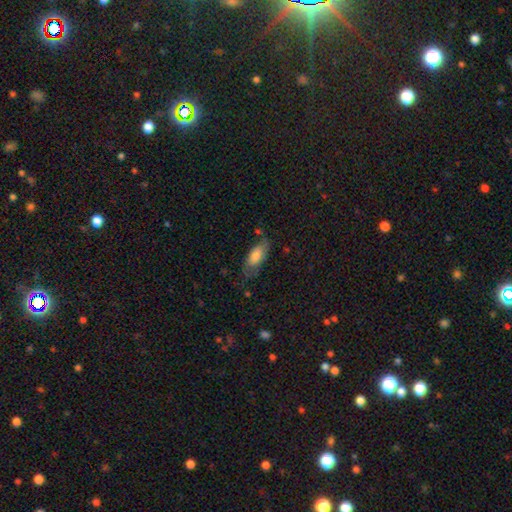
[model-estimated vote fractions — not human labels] Q: Smooth or featured?
A: smooth (71%); runner-up: featured or disk (23%)
Q: How rounded?
A: in between (81%); runner-up: cigar-shaped (17%)
Q: Merging?
A: none (59%); runner-up: minor disturbance (27%)